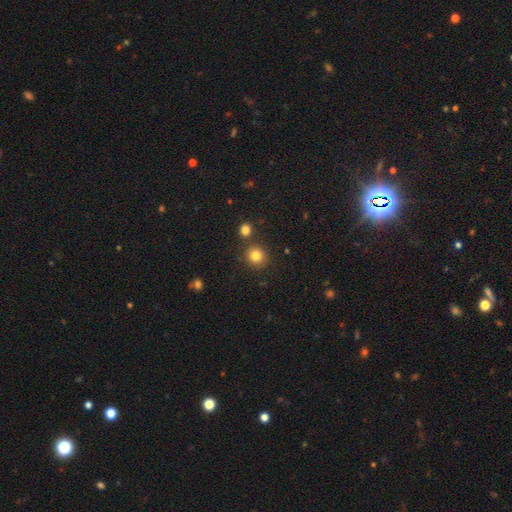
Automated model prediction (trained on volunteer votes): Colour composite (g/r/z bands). It shows a smooth galaxy with no disk features (82%) that is round (89%). Merging: none (83%).